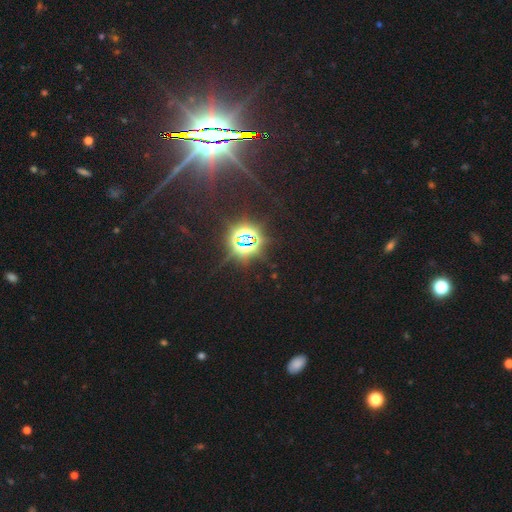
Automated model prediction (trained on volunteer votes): Smooth or featured: star or artifact — 81% (smooth — 10%)